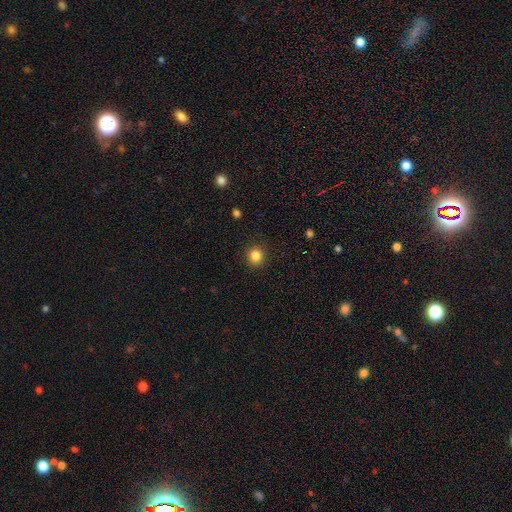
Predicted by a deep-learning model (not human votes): Smooth or featured? Predicted: smooth (p=0.85). How rounded? Predicted: round (p=0.89). Merging? Predicted: none (p=0.91).